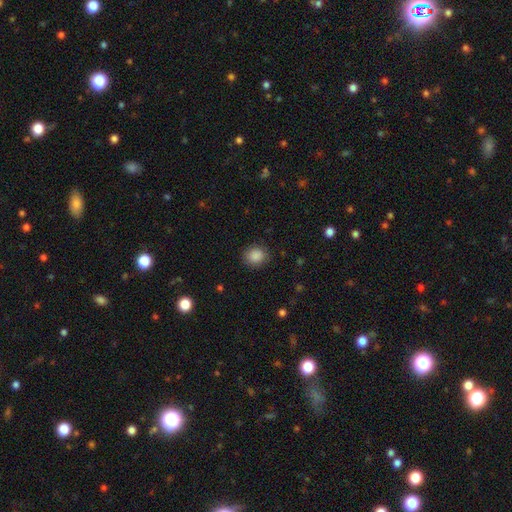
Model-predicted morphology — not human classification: A smooth galaxy with no disk features (88%) that is round (75%).

Vote fractions:
- Smooth or featured? smooth: 88% / star or artifact: 9% / featured or disk: 3%
- How rounded? round: 75% / in between: 24% / cigar-shaped: 1%
- Merging? none: 86% / minor disturbance: 10% / major disturbance: 3% / merger: 1%